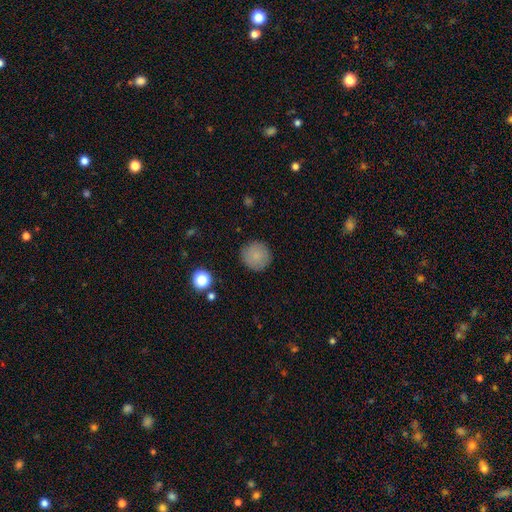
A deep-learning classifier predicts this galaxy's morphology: smooth_or_featured: smooth (p=0.83) [alt: star or artifact p=0.09]
how_rounded: round (p=0.94) [alt: in between p=0.06]
merging: none (p=0.88) [alt: minor disturbance p=0.08]